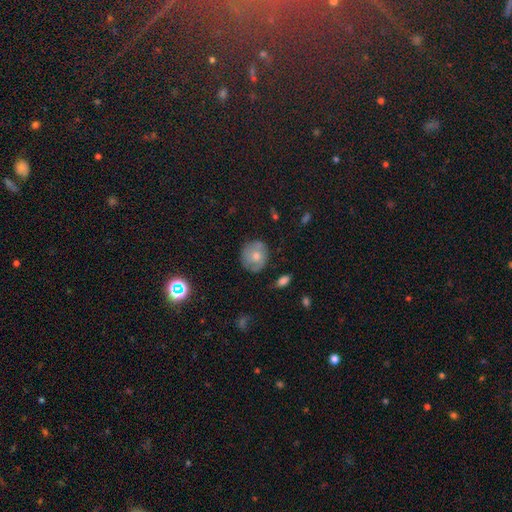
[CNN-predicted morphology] smooth_or_featured: smooth (p=0.56) [alt: featured or disk p=0.36]
how_rounded: round (p=0.81) [alt: in between p=0.18]
merging: none (p=0.71) [alt: minor disturbance p=0.21]